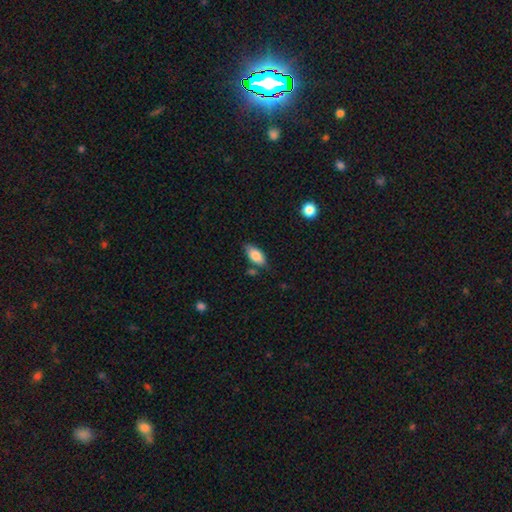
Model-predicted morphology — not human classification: Q: Smooth or featured?
A: smooth (82%); runner-up: featured or disk (11%)
Q: How rounded?
A: in between (89%); runner-up: cigar-shaped (8%)
Q: Merging?
A: none (72%); runner-up: minor disturbance (18%)